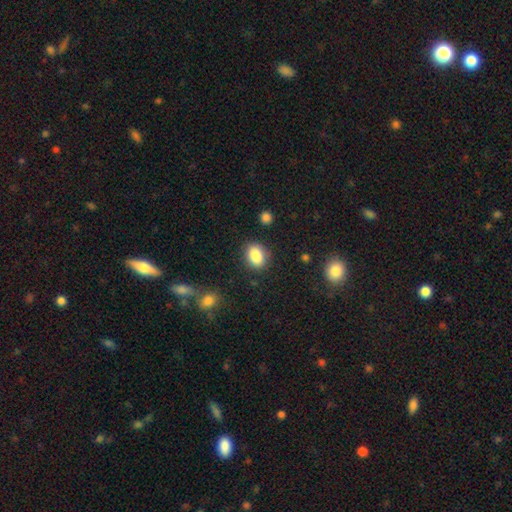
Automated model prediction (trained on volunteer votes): Smooth or featured?
  - smooth: 87% *
  - star or artifact: 8%
  - featured or disk: 5%
How rounded?
  - in between: 68% *
  - round: 31%
  - cigar-shaped: 1%
Merging?
  - none: 83% *
  - minor disturbance: 11%
  - major disturbance: 3%
  - merger: 2%